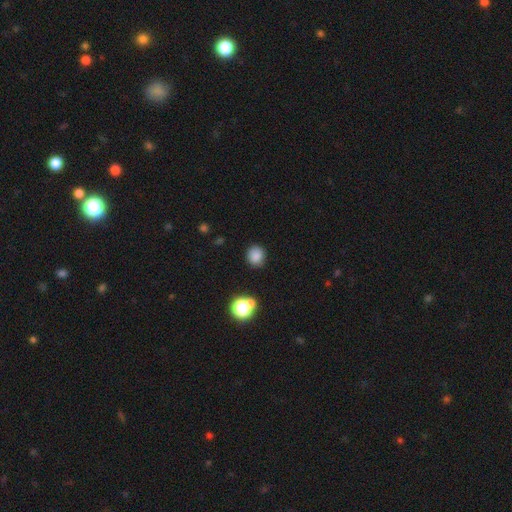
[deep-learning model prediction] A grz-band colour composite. It shows a smooth galaxy with no disk features (82%) that is round (81%). Merging: none (84%).